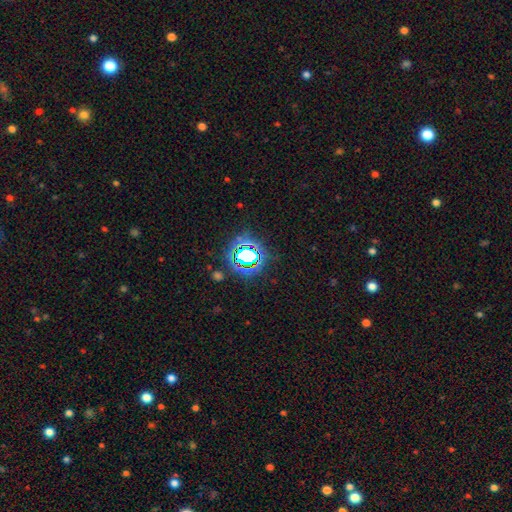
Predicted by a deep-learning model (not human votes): This appears to be a star or artifact, not a galaxy (67%).